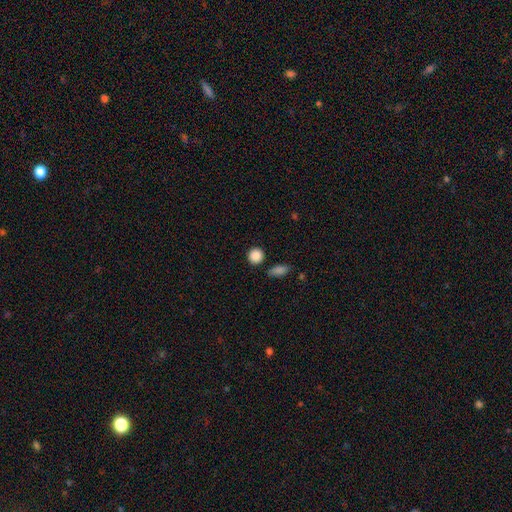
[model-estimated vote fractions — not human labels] A smooth galaxy with no disk features (88%) that is round (90%).

Vote fractions:
- Smooth or featured? smooth: 88% / star or artifact: 9% / featured or disk: 3%
- How rounded? round: 90% / in between: 9% / cigar-shaped: 1%
- Merging? none: 86% / minor disturbance: 8% / merger: 4% / major disturbance: 3%